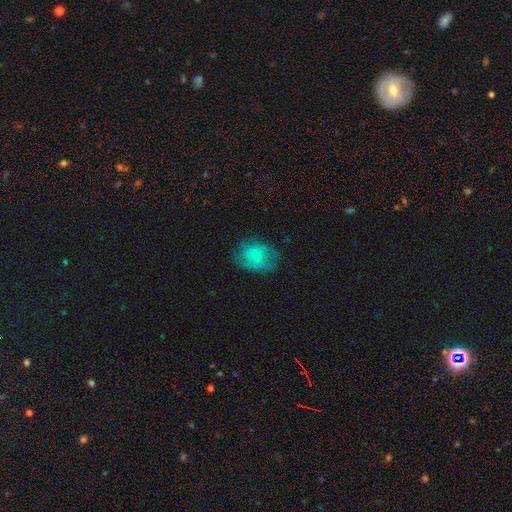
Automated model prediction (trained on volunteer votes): Smooth or featured: smooth — 50% (featured or disk — 42%)
How rounded: in between — 60% (round — 39%)
Merging: none — 63% (minor disturbance — 25%)